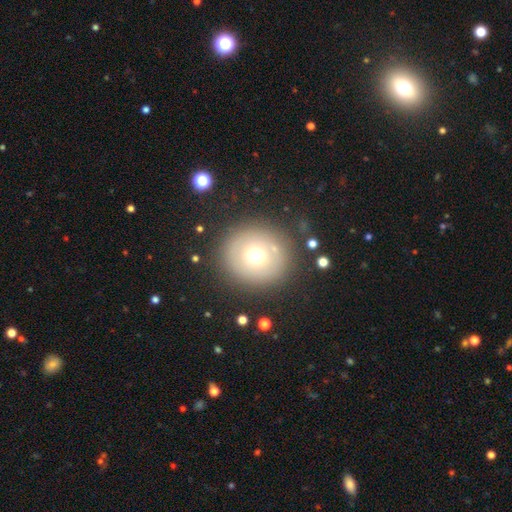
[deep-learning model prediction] smooth-or-featured: smooth: 65% | featured or disk: 21% | star or artifact: 14%
  how-rounded: round: 92% | in between: 7% | cigar-shaped: 1%
  merging: none: 83% | minor disturbance: 9% | major disturbance: 5% | merger: 3%